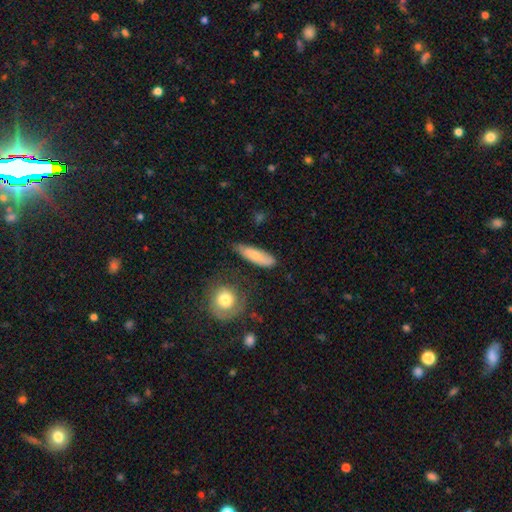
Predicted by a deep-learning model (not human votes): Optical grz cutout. It shows a smooth galaxy with no disk features (73%) that is cigar-shaped (52%). Merging: none (68%).